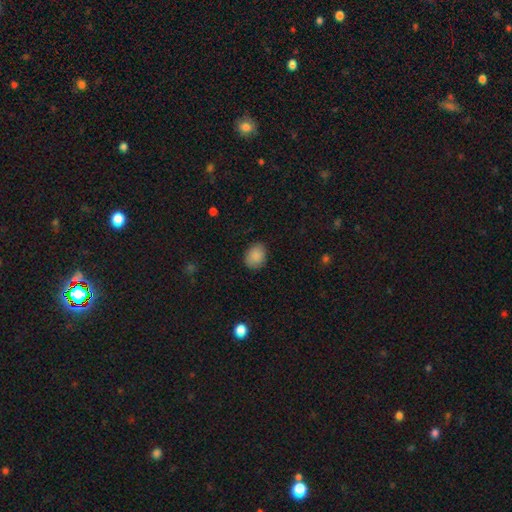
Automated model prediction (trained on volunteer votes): smooth-or-featured: smooth: 88% | star or artifact: 8% | featured or disk: 4%
  how-rounded: in between: 55% | round: 44% | cigar-shaped: 1%
  merging: none: 82% | minor disturbance: 14% | major disturbance: 3% | merger: 1%